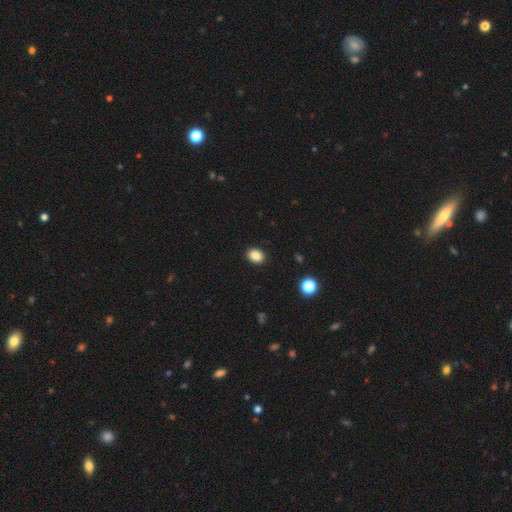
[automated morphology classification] smooth 87%, star or artifact 10%, featured or disk 3%. Down the decision tree: how rounded — in between (59%); merging — none (91%).